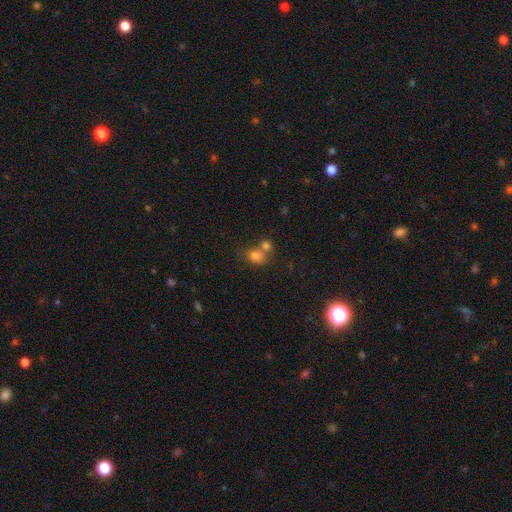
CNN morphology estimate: Smooth or featured: smooth — 76% (star or artifact — 13%)
How rounded: round — 54% (in between — 45%)
Merging: merger — 49% (none — 38%)